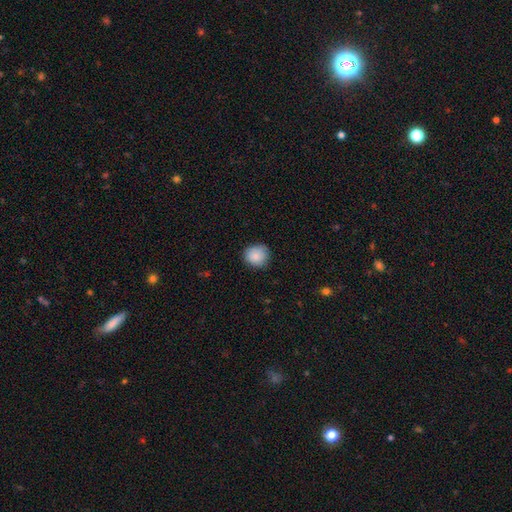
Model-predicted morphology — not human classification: smooth-or-featured: smooth: 86% | star or artifact: 8% | featured or disk: 5%
  how-rounded: round: 87% | in between: 12% | cigar-shaped: 1%
  merging: none: 82% | minor disturbance: 14% | major disturbance: 3% | merger: 1%